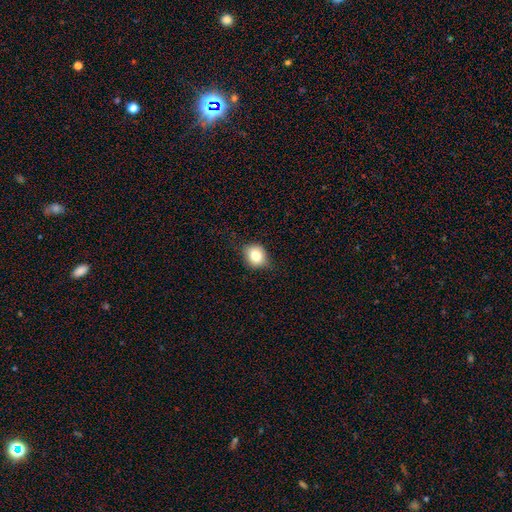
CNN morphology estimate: Smooth or featured? smooth (77%)
How rounded? round (68%)
Merging? none (76%)